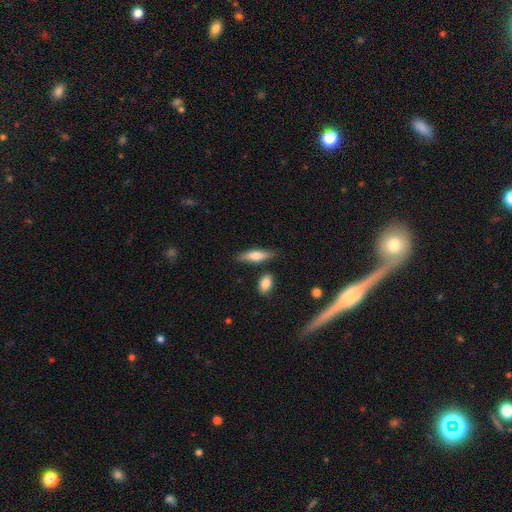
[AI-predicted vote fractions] Q: Smooth or featured?
A: smooth (67%); runner-up: featured or disk (27%)
Q: How rounded?
A: cigar-shaped (55%); runner-up: in between (42%)
Q: Merging?
A: none (77%); runner-up: minor disturbance (14%)